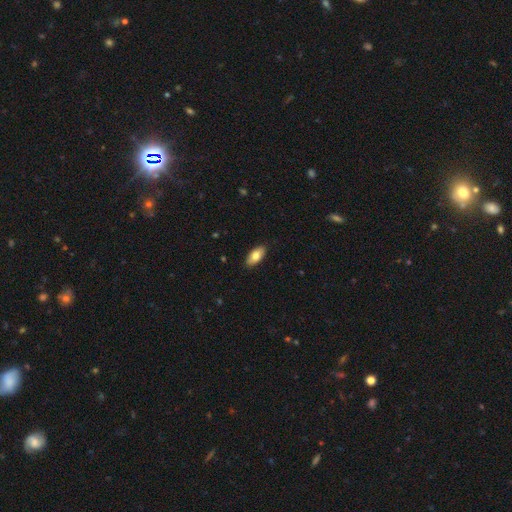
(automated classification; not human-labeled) This is likely a smooth galaxy (80%). How rounded: clearly in between (91%). Merging: clearly none (89%).